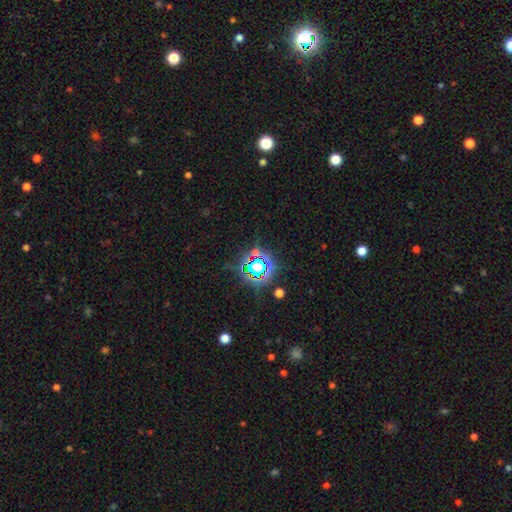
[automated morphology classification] smooth_or_featured: star or artifact (p=0.76) [alt: smooth p=0.16]